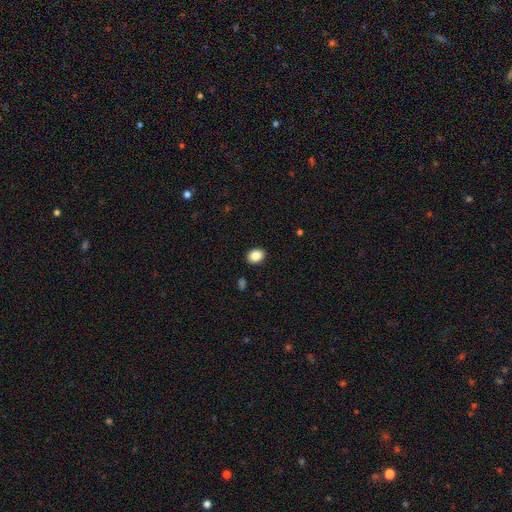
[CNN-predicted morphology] smooth-or-featured: smooth: 86% | star or artifact: 8% | featured or disk: 6%
  how-rounded: in between: 62% | round: 37% | cigar-shaped: 1%
  merging: none: 91% | minor disturbance: 6% | major disturbance: 2% | merger: 1%